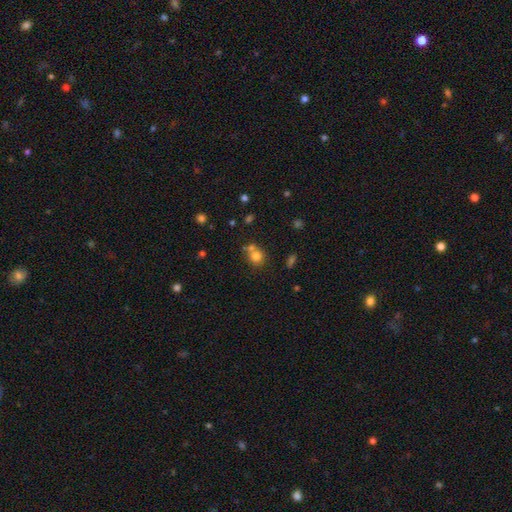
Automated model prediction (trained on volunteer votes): A smooth galaxy with no disk features (75%) that is round (84%).

Vote fractions:
- Smooth or featured? smooth: 75% / star or artifact: 14% / featured or disk: 11%
- How rounded? round: 84% / in between: 15% / cigar-shaped: 1%
- Merging? none: 53% / merger: 34% / minor disturbance: 10% / major disturbance: 4%